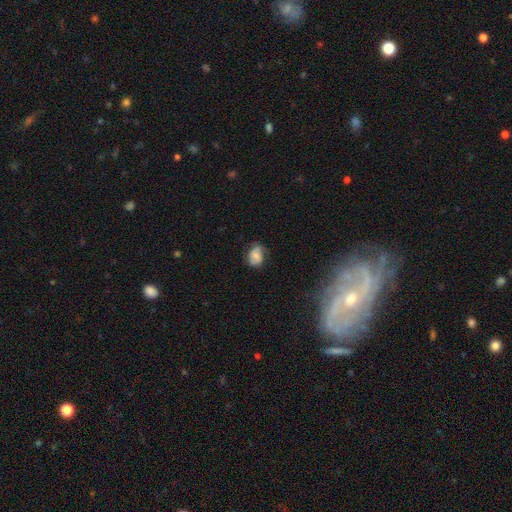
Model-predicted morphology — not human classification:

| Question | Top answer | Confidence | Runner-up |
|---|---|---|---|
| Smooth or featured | smooth | 58% | featured or disk (33%) |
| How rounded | in between | 65% | round (34%) |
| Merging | none | 63% | minor disturbance (26%) |